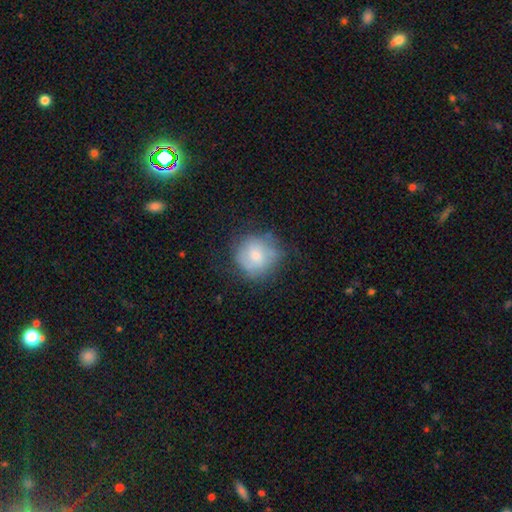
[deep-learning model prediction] smooth_or_featured: smooth (p=0.64) [alt: featured or disk p=0.28]
how_rounded: round (p=0.87) [alt: in between p=0.12]
merging: none (p=0.61) [alt: minor disturbance p=0.25]